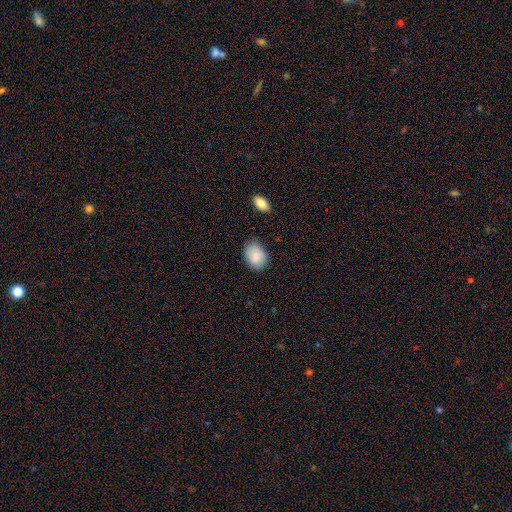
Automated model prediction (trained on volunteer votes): This appears to be a smooth galaxy with no disk features (88%) that is in between round and cigar-shaped (76%). Merging: none (79%).